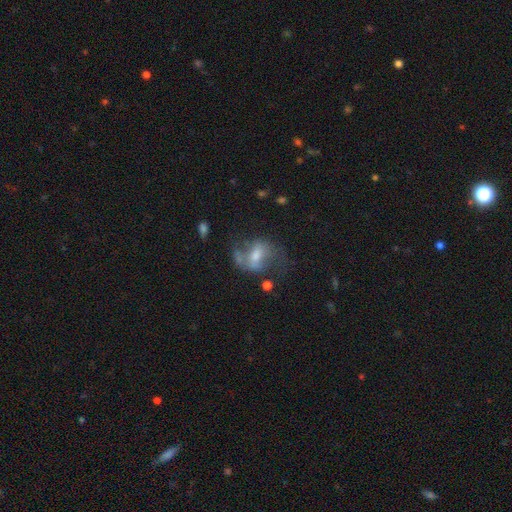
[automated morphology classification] featured or disk 62%, smooth 27%, star or artifact 11%. Down the decision tree: edge-on disk — no (95%); bar — weak (44%); spiral arms — yes (70%); bulge size — moderate (53%); merging — none (42%).